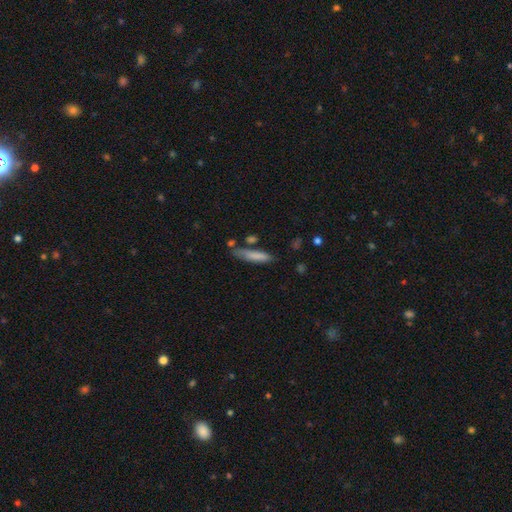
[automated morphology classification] type=smooth (78%); roundness=cigar-shaped (81%); merging=none (64%).